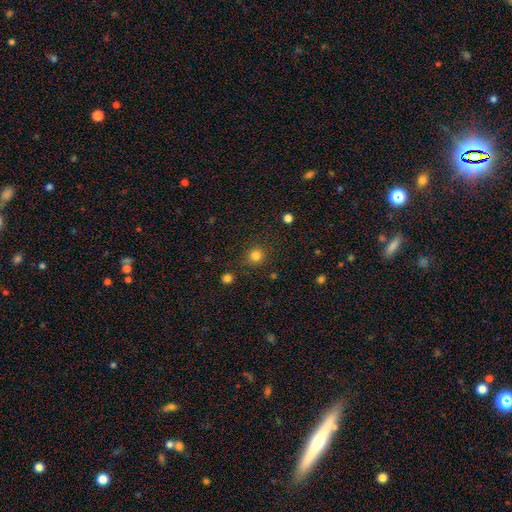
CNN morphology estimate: Smooth or featured?
  - smooth: 82% *
  - star or artifact: 13%
  - featured or disk: 4%
How rounded?
  - round: 93% *
  - in between: 6%
  - cigar-shaped: 1%
Merging?
  - none: 88% *
  - minor disturbance: 7%
  - major disturbance: 3%
  - merger: 2%